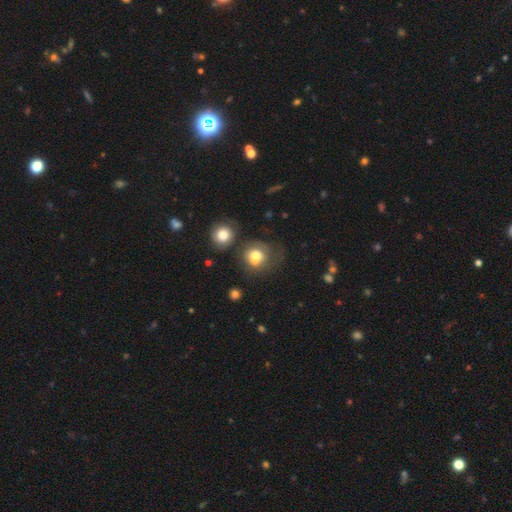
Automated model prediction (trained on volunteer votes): Smooth or featured?
  - smooth: 70% *
  - featured or disk: 20%
  - star or artifact: 11%
How rounded?
  - round: 77% *
  - in between: 22%
  - cigar-shaped: 1%
Merging?
  - none: 36% *
  - merger: 32%
  - minor disturbance: 17%
  - major disturbance: 15%